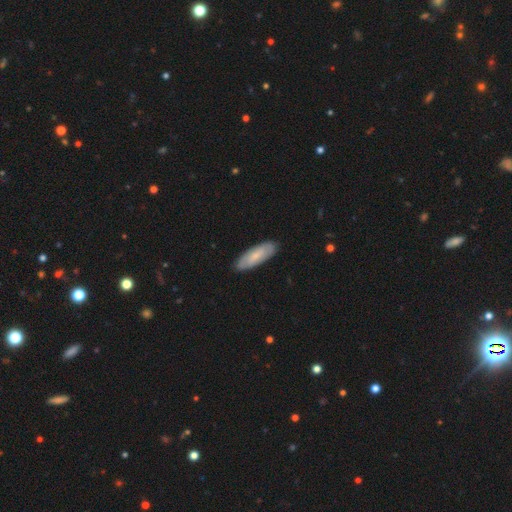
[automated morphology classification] type=smooth (62%); roundness=in between (62%); merging=none (87%).